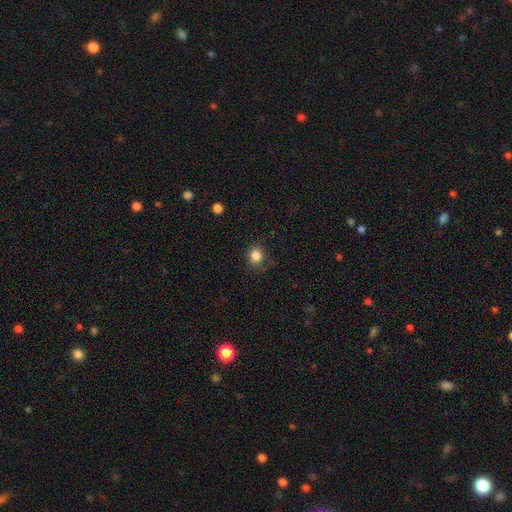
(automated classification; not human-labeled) Smooth or featured? Predicted: smooth (p=0.83). How rounded? Predicted: round (p=0.78). Merging? Predicted: none (p=0.81).